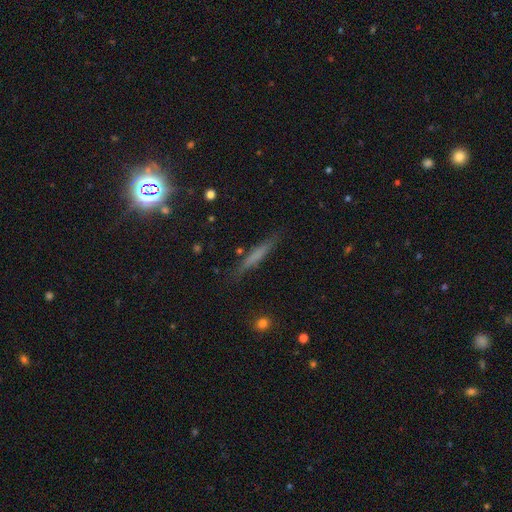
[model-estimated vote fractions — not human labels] Q: Smooth or featured?
A: smooth (55%); runner-up: featured or disk (34%)
Q: How rounded?
A: cigar-shaped (93%); runner-up: in between (5%)
Q: Merging?
A: none (84%); runner-up: minor disturbance (11%)